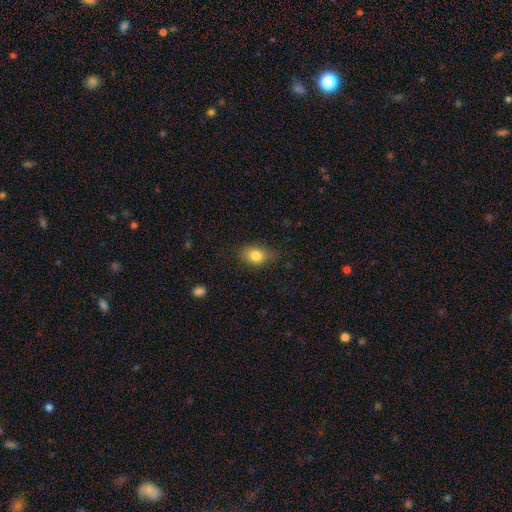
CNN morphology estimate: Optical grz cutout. It shows a smooth galaxy with no disk features (82%) that is in between round and cigar-shaped (71%). Merging: none (75%).